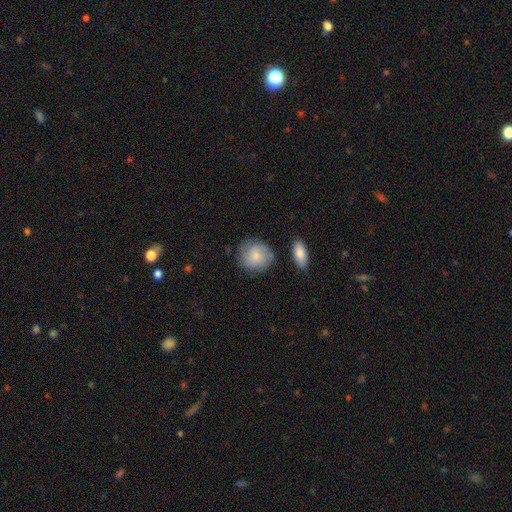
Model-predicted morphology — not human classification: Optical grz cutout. It shows a smooth galaxy with no disk features (71%) that is round (79%). Merging: none (74%).